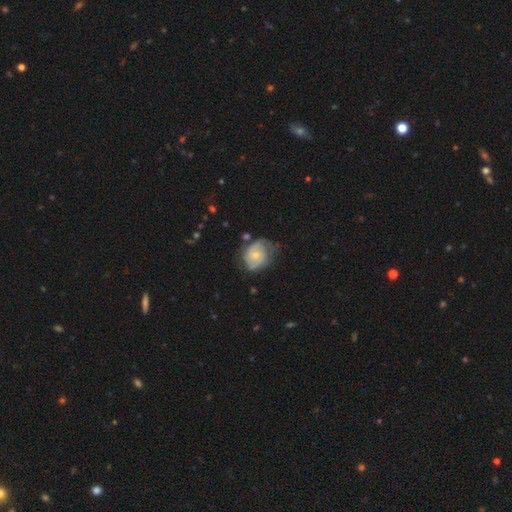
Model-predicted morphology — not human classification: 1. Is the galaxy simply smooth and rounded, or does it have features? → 64% featured or disk, 30% smooth, 6% star or artifact.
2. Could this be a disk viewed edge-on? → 98% no, 2% yes.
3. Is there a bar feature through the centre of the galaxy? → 73% no, 23% weak, 3% strong.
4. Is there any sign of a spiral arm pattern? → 84% yes, 16% no.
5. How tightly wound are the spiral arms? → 44% tight, 39% medium, 17% loose.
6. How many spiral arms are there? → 54% 2, 26% can't tell, 10% 3, 5% 1, 3% 4, 2% more than 4.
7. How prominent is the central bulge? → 64% small, 30% moderate, 4% none, 2% large, 1% dominant.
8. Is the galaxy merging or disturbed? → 50% none, 31% minor disturbance, 15% major disturbance, 3% merger.